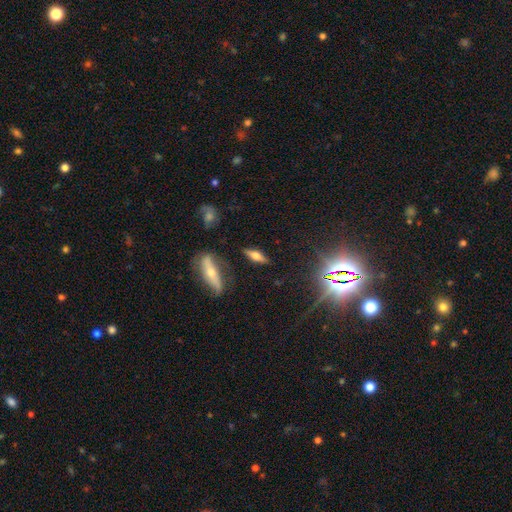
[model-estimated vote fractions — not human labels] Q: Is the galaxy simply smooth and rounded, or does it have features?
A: featured or disk — 46%.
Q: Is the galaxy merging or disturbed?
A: none — 83%.